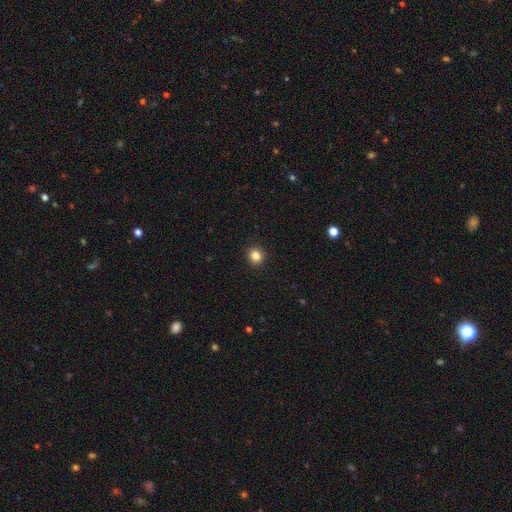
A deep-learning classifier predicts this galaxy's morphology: This is clearly a smooth galaxy (84%). How rounded: clearly round (86%). Merging: clearly none (93%).